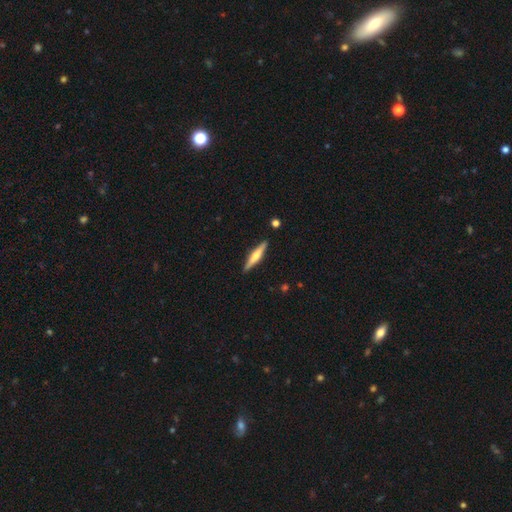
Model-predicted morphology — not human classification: type=featured or disk (54%); edge-on=yes (97%); edge-on bulge=rounded (75%); merging=none (89%).